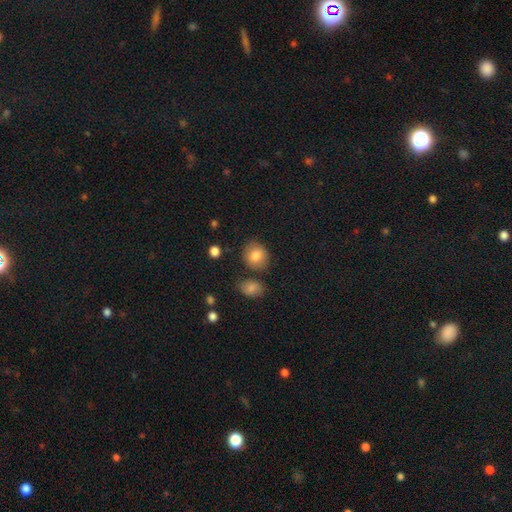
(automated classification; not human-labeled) smooth_or_featured: smooth (p=0.83) [alt: star or artifact p=0.09]
how_rounded: round (p=0.73) [alt: in between p=0.26]
merging: none (p=0.78) [alt: minor disturbance p=0.12]